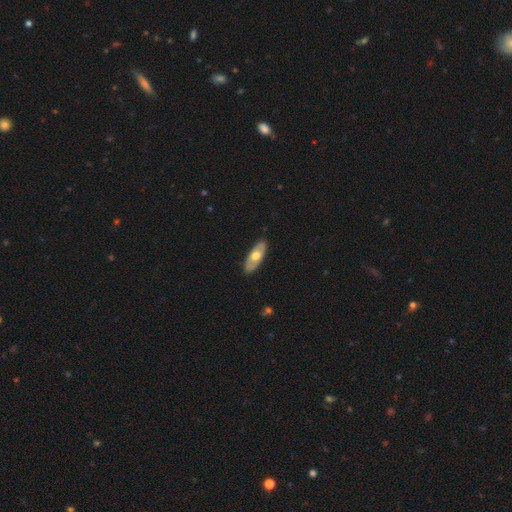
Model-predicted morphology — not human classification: smooth-or-featured: smooth: 53% | featured or disk: 43% | star or artifact: 5%
  how-rounded: in between: 78% | cigar-shaped: 20% | round: 3%
  merging: none: 88% | minor disturbance: 9% | major disturbance: 2% | merger: 1%